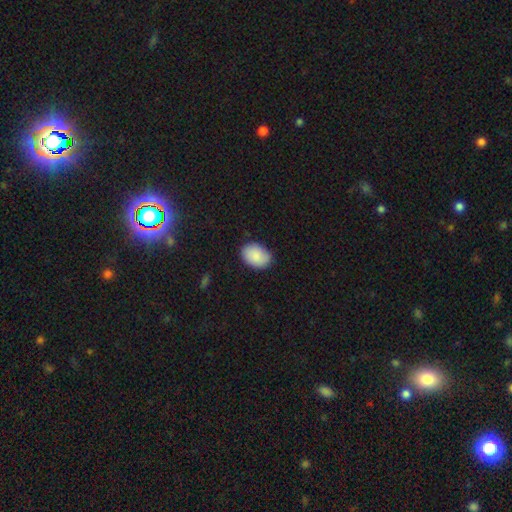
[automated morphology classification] Q: Smooth or featured?
A: smooth (89%); runner-up: star or artifact (7%)
Q: How rounded?
A: in between (81%); runner-up: round (18%)
Q: Merging?
A: none (81%); runner-up: minor disturbance (16%)